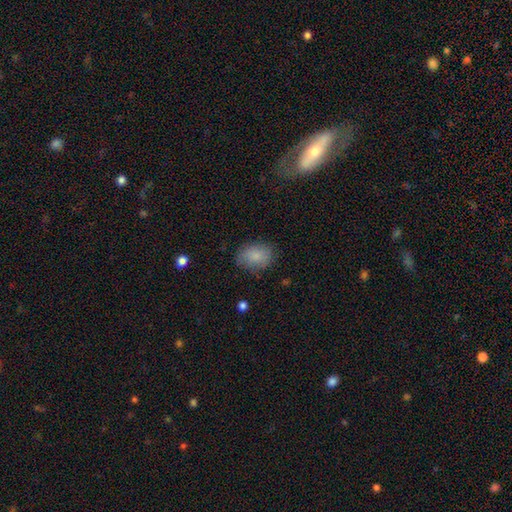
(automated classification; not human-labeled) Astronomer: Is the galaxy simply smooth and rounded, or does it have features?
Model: smooth — 85%.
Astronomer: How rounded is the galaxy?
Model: in between — 70%.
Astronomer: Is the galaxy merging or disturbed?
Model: none — 78%.